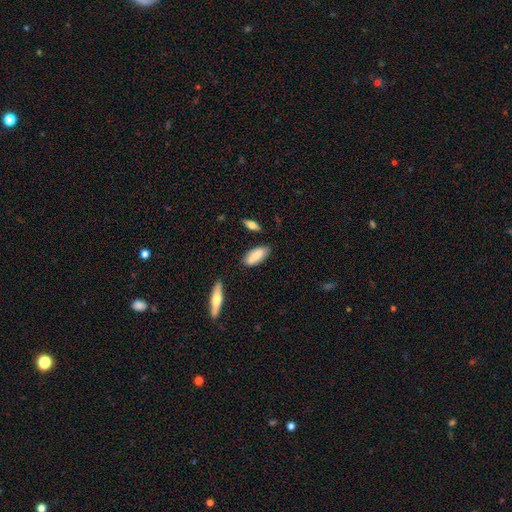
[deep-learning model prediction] A smooth galaxy with no disk features (77%) that is in between round and cigar-shaped (74%). Merging: none (77%).